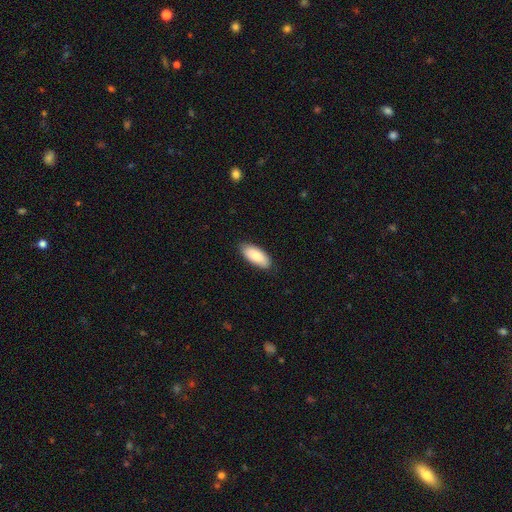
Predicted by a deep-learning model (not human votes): smooth-or-featured: smooth: 85% | featured or disk: 9% | star or artifact: 6%
  how-rounded: in between: 87% | cigar-shaped: 11% | round: 2%
  merging: none: 87% | minor disturbance: 11% | major disturbance: 2% | merger: 1%